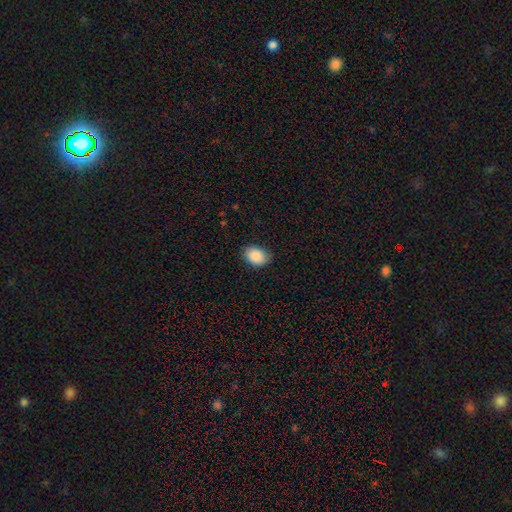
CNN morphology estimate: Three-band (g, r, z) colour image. It shows a smooth galaxy with no disk features (88%) that is in between round and cigar-shaped (72%). Merging: none (83%).